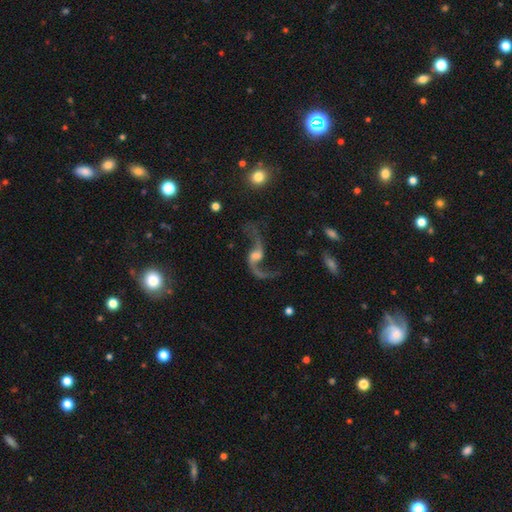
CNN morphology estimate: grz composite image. It shows a featured or disk galaxy (89%) with no bar (43%), 2 (92%) loose (92%) spiral arms (96%) and a moderate central bulge (42%). Merging: none (67%).